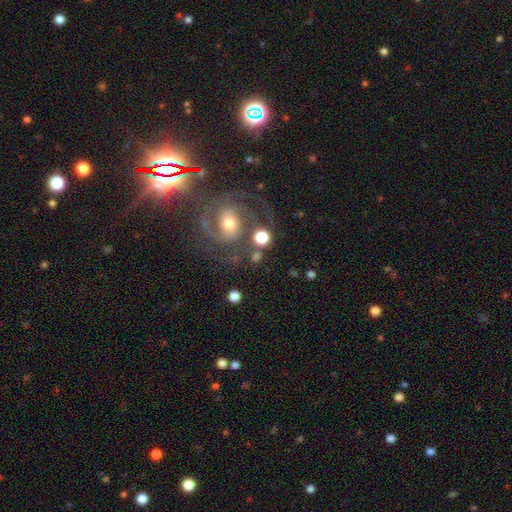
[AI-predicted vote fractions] Smooth or featured: featured or disk — 68% (smooth — 18%)
Edge-on disk: no — 97% (yes — 3%)
Bar: no — 50% (weak — 35%)
Spiral arms: yes — 92% (no — 8%)
Spiral winding: medium — 48% (tight — 40%)
Spiral arm count: 2 — 75% (can't tell — 9%)
Bulge size: moderate — 60% (small — 27%)
Merging: none — 70% (minor disturbance — 12%)